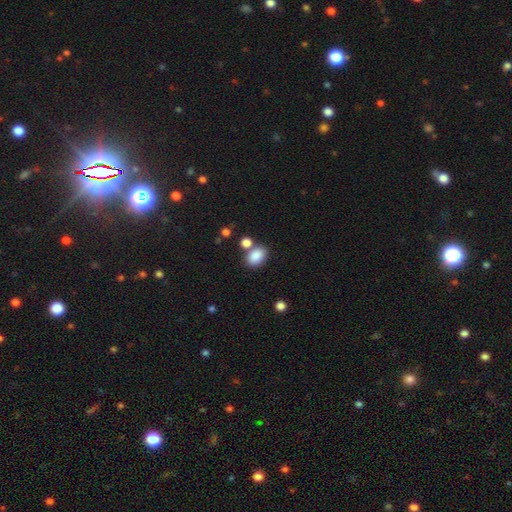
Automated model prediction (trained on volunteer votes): smooth-or-featured: smooth: 86% | star or artifact: 9% | featured or disk: 5%
  how-rounded: in between: 81% | round: 18% | cigar-shaped: 1%
  merging: none: 64% | merger: 20% | minor disturbance: 12% | major disturbance: 4%